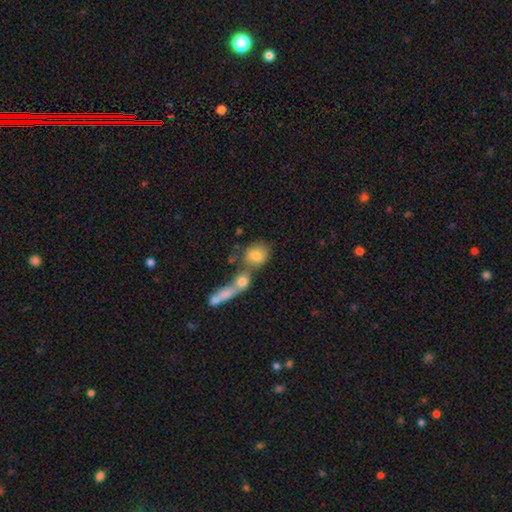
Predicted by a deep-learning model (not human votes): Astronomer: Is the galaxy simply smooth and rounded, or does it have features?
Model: smooth — 78%.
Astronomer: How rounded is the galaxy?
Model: round — 71%.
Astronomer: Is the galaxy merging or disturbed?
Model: none — 46% (runner-up: merger, 40%).